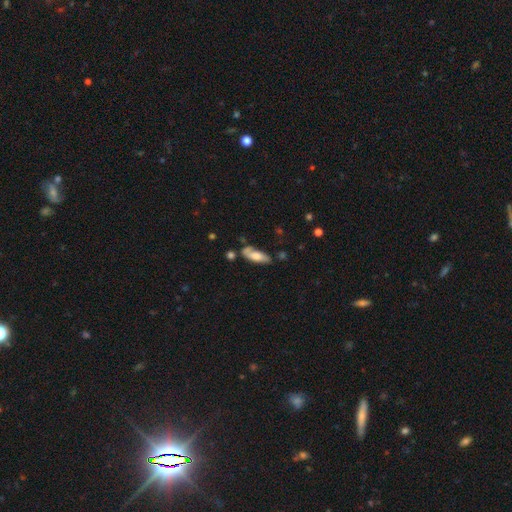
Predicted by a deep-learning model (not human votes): Smooth or featured: smooth — 59% (featured or disk — 34%)
How rounded: in between — 67% (cigar-shaped — 31%)
Merging: none — 56% (minor disturbance — 25%)